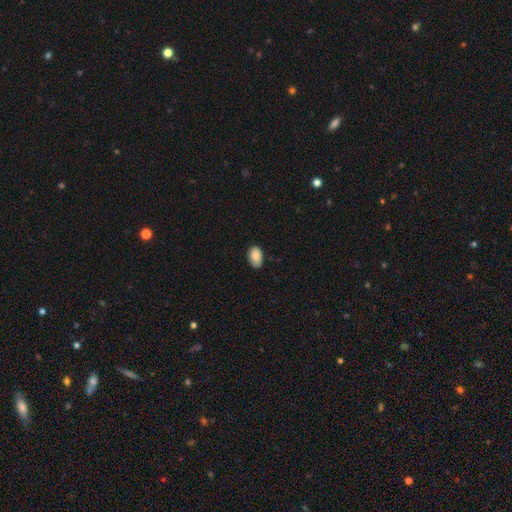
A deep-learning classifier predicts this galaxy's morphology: Smooth or featured? smooth (87%)
How rounded? in between (90%)
Merging? none (78%)